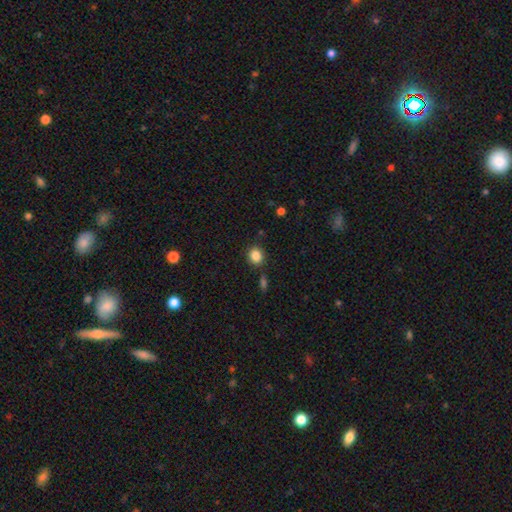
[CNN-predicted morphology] smooth_or_featured: smooth (p=0.85) [alt: star or artifact p=0.10]
how_rounded: round (p=0.75) [alt: in between p=0.24]
merging: none (p=0.82) [alt: minor disturbance p=0.10]